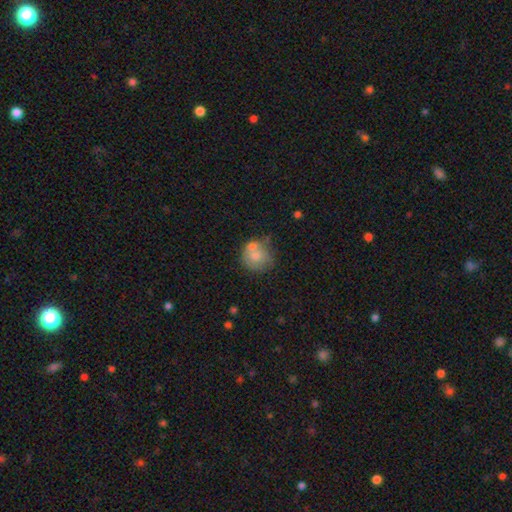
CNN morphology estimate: type=smooth (65%); roundness=round (78%); merging=none (38%).